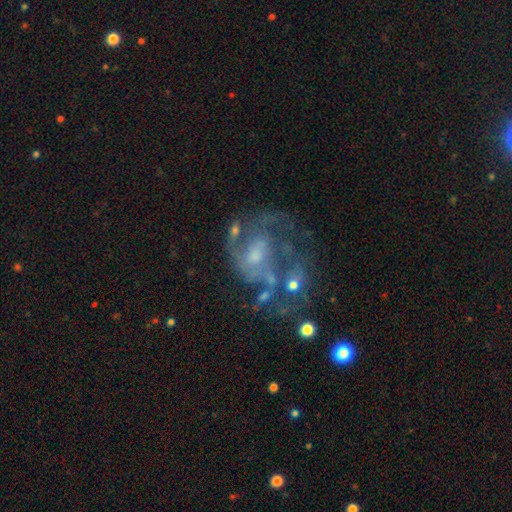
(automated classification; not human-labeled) Overall: featured or disk (79%). Edge-on disk: no (98%). Bar: no (59%; weak 34%). Spiral arms: yes (79%). Spiral arm count: can't tell (29%; 2 28%). Spiral winding: medium (47%; tight 26%). Bulge size: moderate (39%; small 38%). Merging: none (39%; major disturbance 32%).